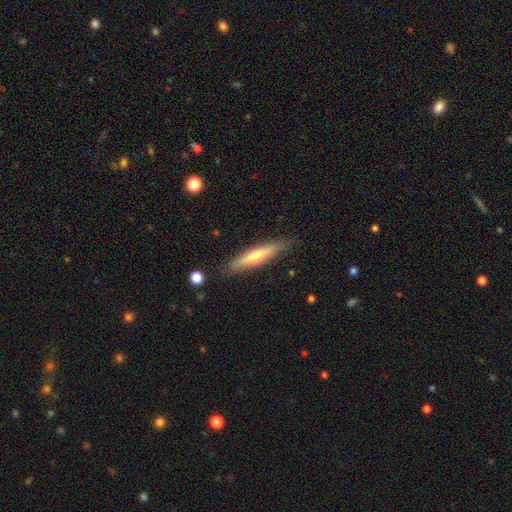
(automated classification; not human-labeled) Smooth or featured? smooth (47%, tied with featured or disk)
Merging? none (87%)